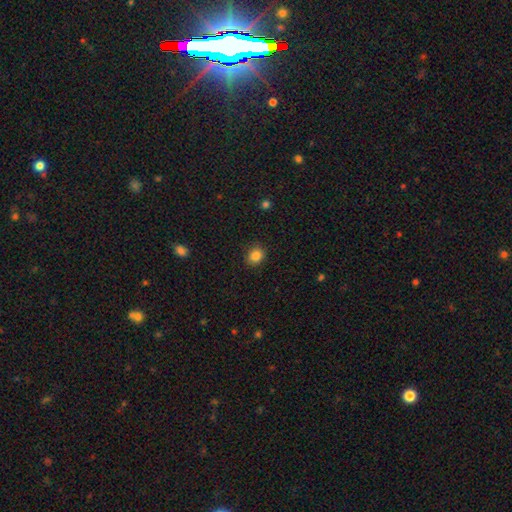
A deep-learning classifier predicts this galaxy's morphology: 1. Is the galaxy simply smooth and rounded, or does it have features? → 85% smooth, 10% star or artifact, 4% featured or disk.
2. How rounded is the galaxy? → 70% round, 29% in between, 1% cigar-shaped.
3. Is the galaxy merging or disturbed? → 87% none, 9% minor disturbance, 2% major disturbance, 1% merger.